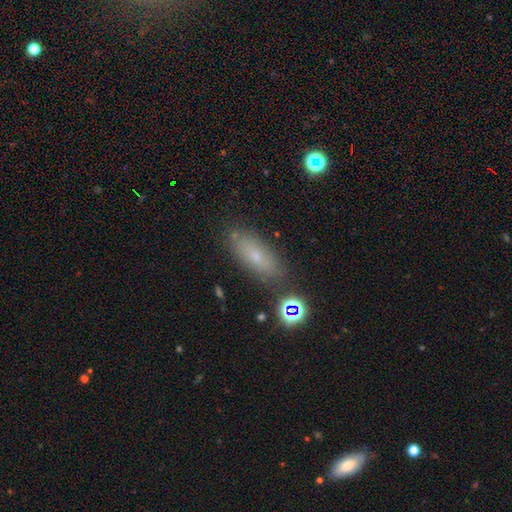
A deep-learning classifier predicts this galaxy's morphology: Smooth or featured? smooth (64%)
How rounded? in between (70%)
Merging? none (80%)